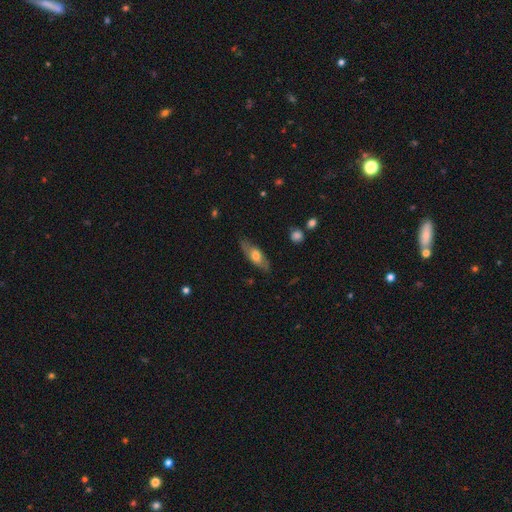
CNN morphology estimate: smooth 49%, featured or disk 44%, star or artifact 6%. Down the decision tree: merging — none (78%).